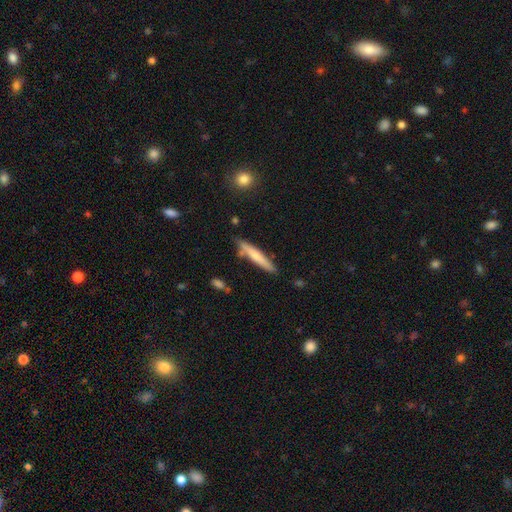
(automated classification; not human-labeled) Morphology: type=smooth (62%); roundness=cigar-shaped (93%); merging=none (79%).